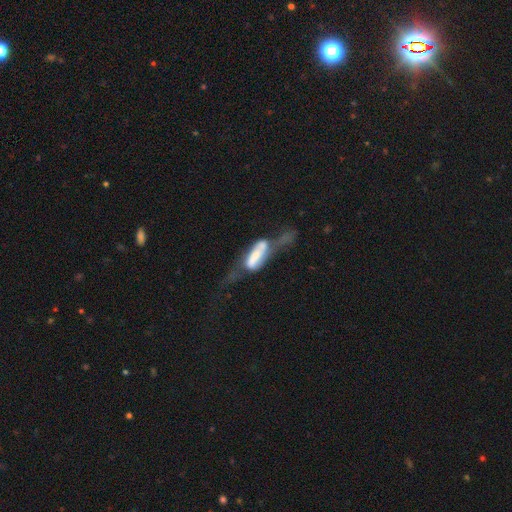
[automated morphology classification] Overall: featured or disk (54%; smooth 38%). Edge-on disk: no (77%). Merging: major disturbance (42%; merger 29%).